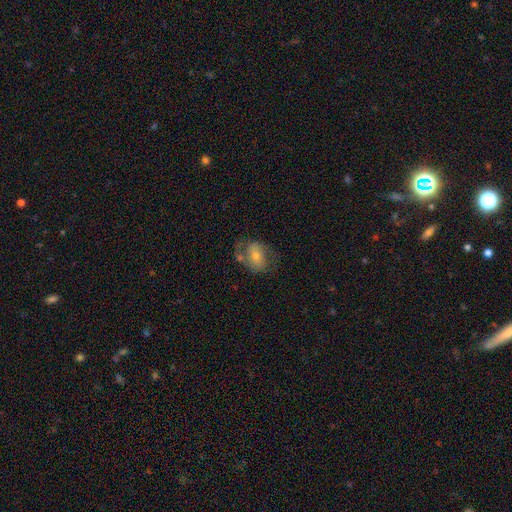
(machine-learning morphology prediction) This is possibly a featured or disk galaxy (58%). It is clearly not viewed edge-on (96%). Bar: possibly no (50%). Spiral arm pattern: likely yes (75%). Central bulge: possibly small (47%). Merging: possibly none (58%).